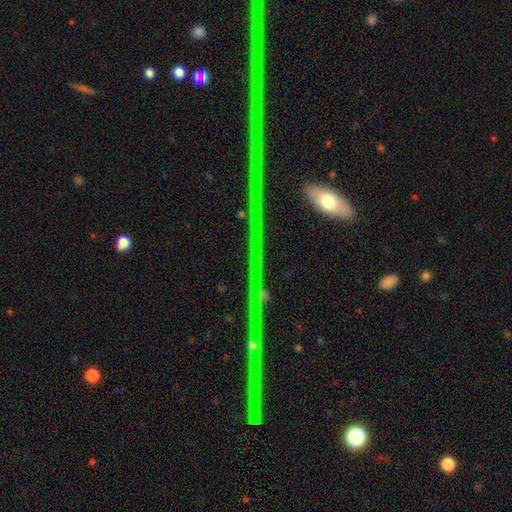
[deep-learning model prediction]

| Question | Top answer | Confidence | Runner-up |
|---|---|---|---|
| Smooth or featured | star or artifact | 70% | featured or disk (18%) |